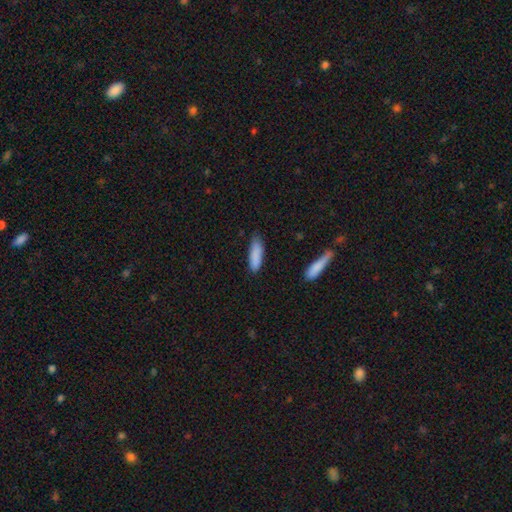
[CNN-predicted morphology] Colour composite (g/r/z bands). It shows a smooth galaxy with no disk features (87%) that is cigar-shaped (51%). Merging: none (74%).